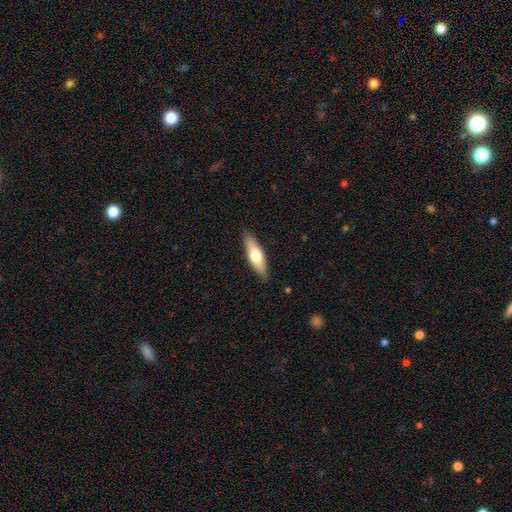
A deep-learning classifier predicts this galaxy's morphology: Smooth or featured? Predicted: smooth (p=0.54). How rounded? Predicted: cigar-shaped (p=0.60). Merging? Predicted: none (p=0.88).